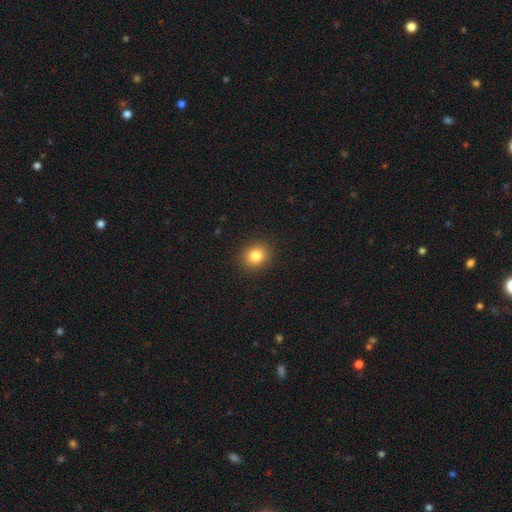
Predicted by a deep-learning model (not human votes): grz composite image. It shows a smooth galaxy with no disk features (83%) that is round (73%). Merging: none (91%).